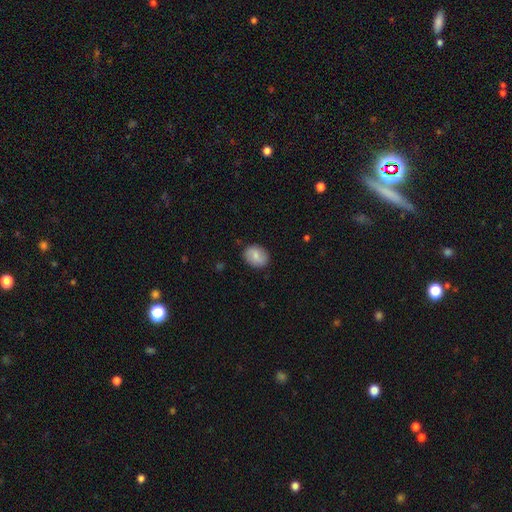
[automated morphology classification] smooth-or-featured: smooth: 74% | featured or disk: 19% | star or artifact: 7%
  how-rounded: in between: 55% | round: 44% | cigar-shaped: 1%
  merging: none: 86% | minor disturbance: 11% | major disturbance: 3% | merger: 1%